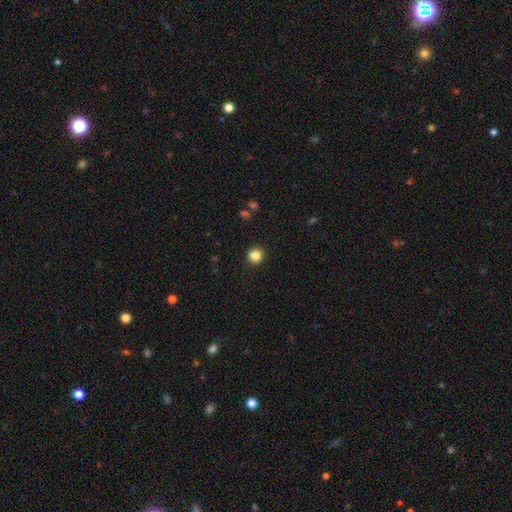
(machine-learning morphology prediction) Smooth or featured? smooth (84%)
How rounded? round (90%)
Merging? none (91%)